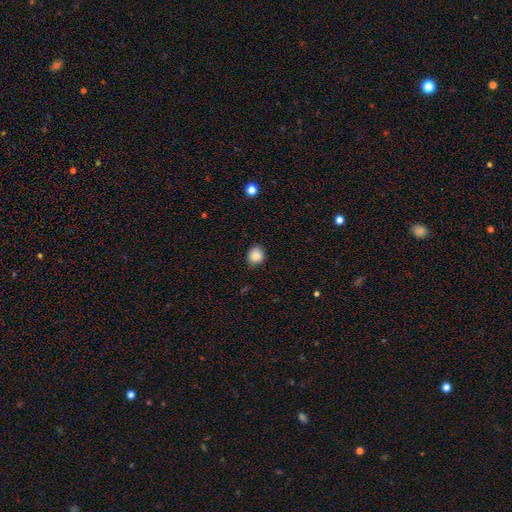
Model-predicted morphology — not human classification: Smooth or featured?
  - smooth: 88% *
  - star or artifact: 9%
  - featured or disk: 3%
How rounded?
  - round: 81% *
  - in between: 18%
  - cigar-shaped: 1%
Merging?
  - none: 86% *
  - minor disturbance: 10%
  - major disturbance: 3%
  - merger: 1%